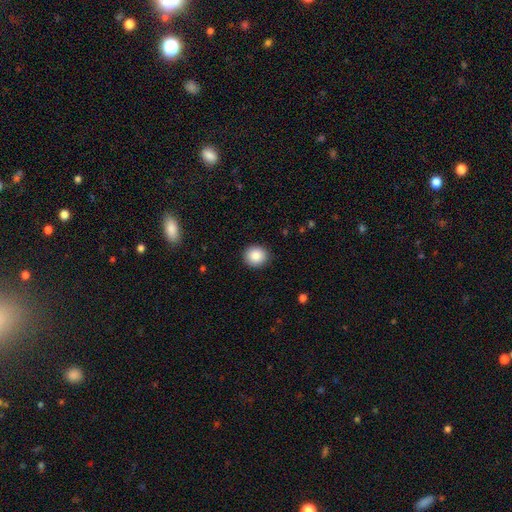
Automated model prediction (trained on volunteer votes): smooth-or-featured: smooth: 88% | star or artifact: 8% | featured or disk: 4%
  how-rounded: round: 86% | in between: 13% | cigar-shaped: 1%
  merging: none: 90% | minor disturbance: 7% | major disturbance: 2% | merger: 1%